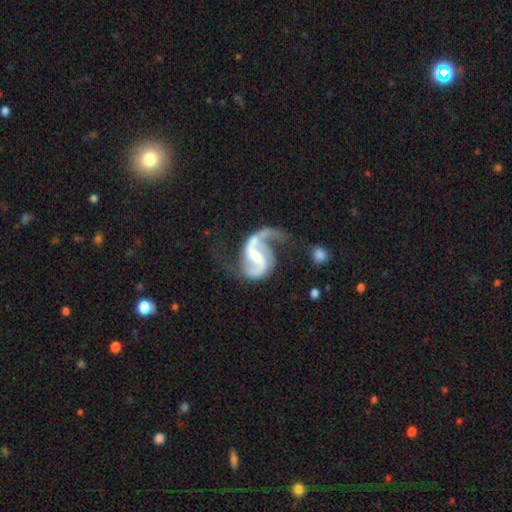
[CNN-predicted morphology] smooth_or_featured: featured or disk (p=0.92) [alt: star or artifact p=0.04]
disk_edge_on: no (p=0.98) [alt: yes p=0.02]
bar: weak (p=0.48) [alt: strong p=0.30]
has_spiral_arms: yes (p=0.97) [alt: no p=0.03]
spiral_winding: loose (p=0.54) [alt: medium p=0.39]
spiral_arm_count: 2 (p=0.89) [alt: 1 p=0.06]
bulge_size: small (p=0.46) [alt: moderate p=0.38]
merging: none (p=0.45) [alt: major disturbance p=0.29]